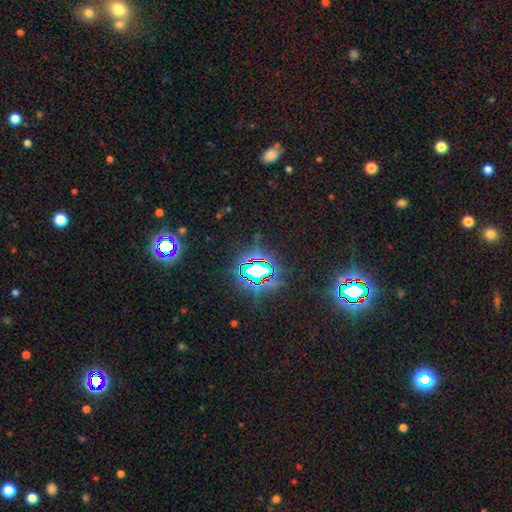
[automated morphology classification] Overall: star or artifact (82%).